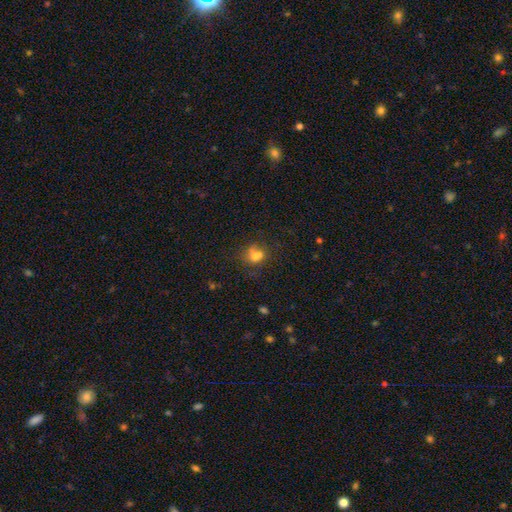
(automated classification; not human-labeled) A smooth galaxy with no disk features (66%) that is round (62%).

Vote fractions:
- Smooth or featured? smooth: 66% / star or artifact: 18% / featured or disk: 15%
- How rounded? round: 62% / in between: 36% / cigar-shaped: 2%
- Merging? none: 40% / merger: 35% / minor disturbance: 15% / major disturbance: 10%